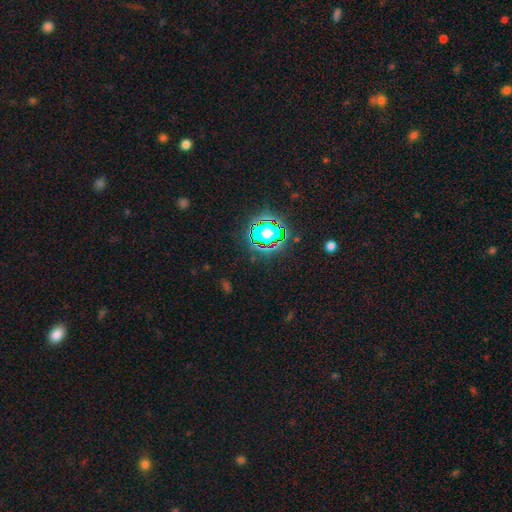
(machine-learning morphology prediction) Smooth or featured? Predicted: star or artifact (p=0.79).